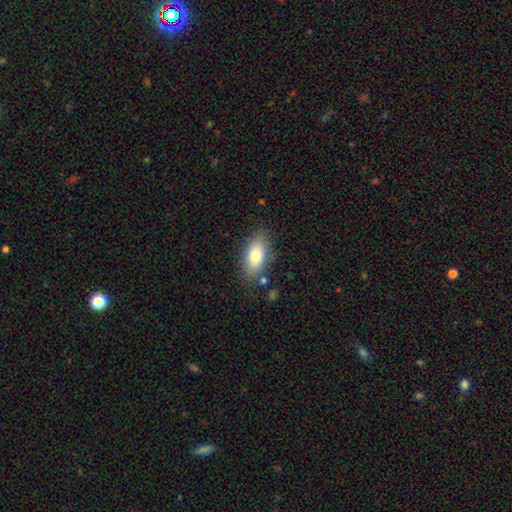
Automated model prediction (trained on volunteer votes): Smooth or featured?
  - smooth: 78% *
  - featured or disk: 15%
  - star or artifact: 7%
How rounded?
  - in between: 88% *
  - cigar-shaped: 8%
  - round: 4%
Merging?
  - none: 81% *
  - minor disturbance: 12%
  - major disturbance: 3%
  - merger: 3%